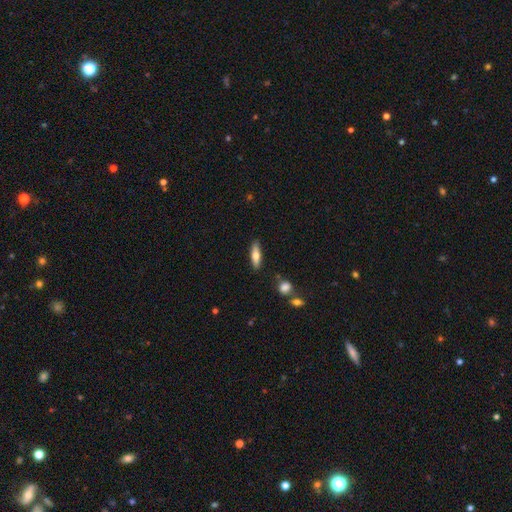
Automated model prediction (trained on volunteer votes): Overall: smooth (64%; featured or disk 30%). How rounded: cigar-shaped (60%; in between 38%). Merging: none (86%).